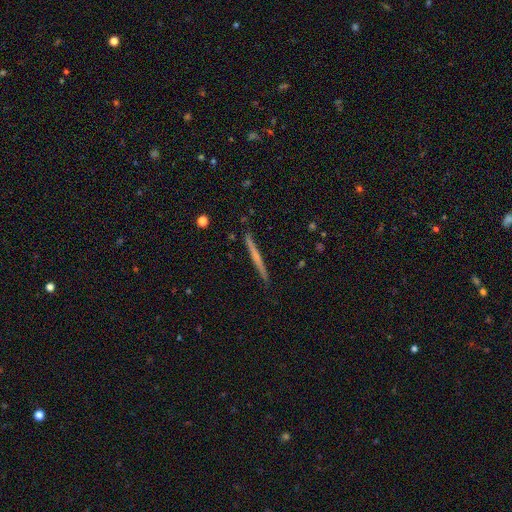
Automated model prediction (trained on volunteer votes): smooth-or-featured: featured or disk: 52% | smooth: 42% | star or artifact: 6%
  disk-edge-on: yes: 98% | no: 2%
    edge-on-bulge: none: 81% | rounded: 14% | boxy: 5%
  merging: none: 91% | minor disturbance: 7% | major disturbance: 1% | merger: 1%